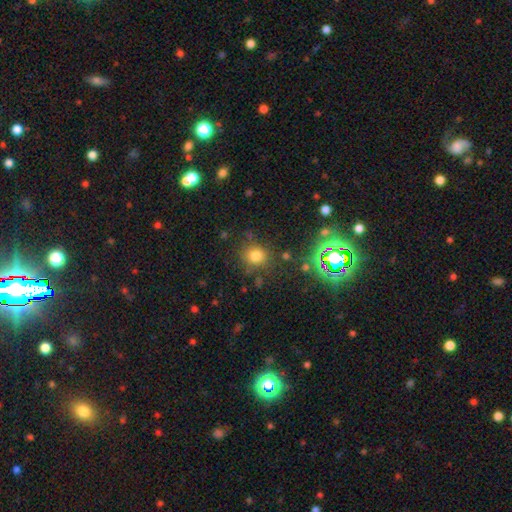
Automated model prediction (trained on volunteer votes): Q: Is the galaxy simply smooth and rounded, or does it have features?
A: smooth — 73%.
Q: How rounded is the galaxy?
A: round — 84%.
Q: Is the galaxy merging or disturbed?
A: none — 78%.